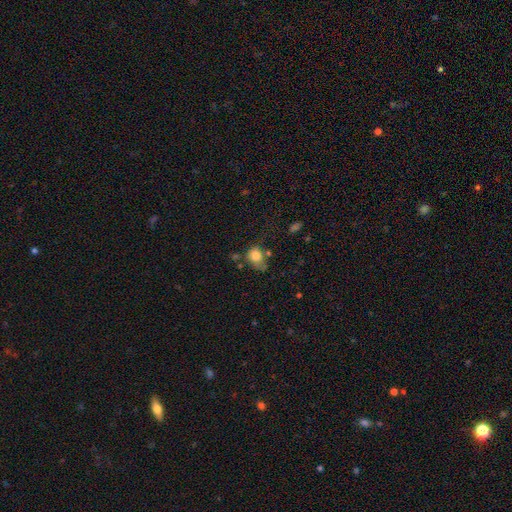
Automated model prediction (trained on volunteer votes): smooth_or_featured: smooth (p=0.76) [alt: featured or disk p=0.15]
how_rounded: in between (p=0.58) [alt: round p=0.40]
merging: none (p=0.33) [tied with: minor disturbance p=0.33]